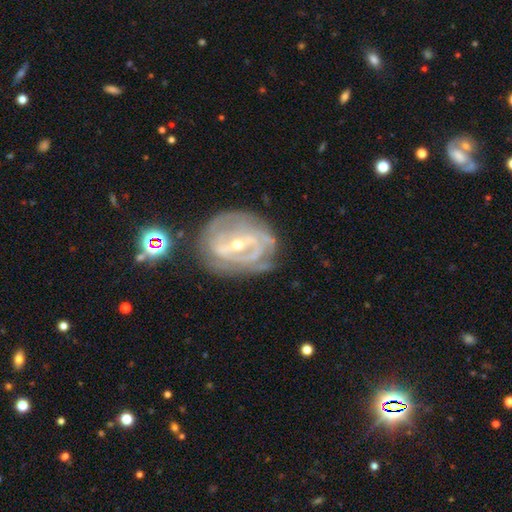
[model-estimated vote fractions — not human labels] Smooth or featured?
  - featured or disk: 86% *
  - smooth: 8%
  - star or artifact: 6%
Edge-on disk?
  - no: 96% *
  - yes: 4%
Bar?
  - strong: 47% *
  - weak: 36%
  - no: 17%
Spiral arms?
  - yes: 87% *
  - no: 13%
Spiral winding?
  - tight: 56% *
  - medium: 33%
  - loose: 11%
Spiral arm count?
  - 2: 42% *
  - can't tell: 29%
  - 3: 16%
  - 4: 5%
  - 1: 4%
  - more than 4: 3%
Bulge size?
  - small: 57% *
  - moderate: 40%
  - large: 1%
  - none: 1%
  - dominant: 1%
Merging?
  - none: 65% *
  - minor disturbance: 21%
  - major disturbance: 11%
  - merger: 4%